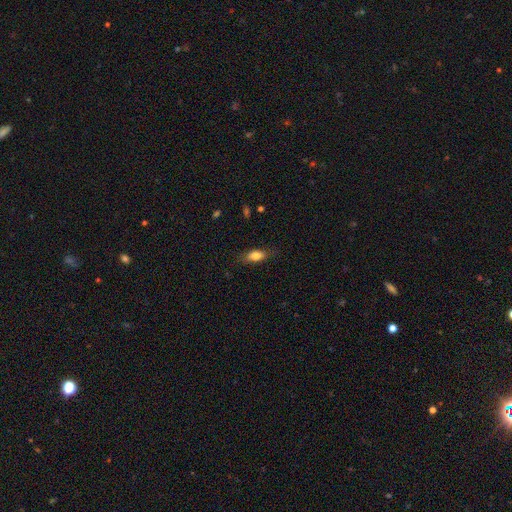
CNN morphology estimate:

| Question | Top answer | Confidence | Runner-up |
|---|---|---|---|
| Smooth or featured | smooth | 77% | featured or disk (15%) |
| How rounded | in between | 76% | cigar-shaped (19%) |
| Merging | none | 78% | minor disturbance (16%) |